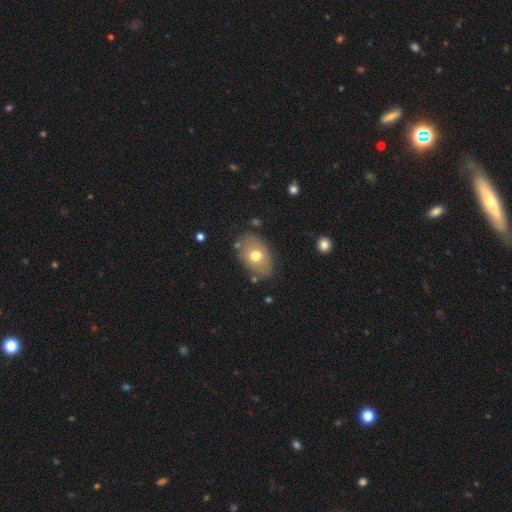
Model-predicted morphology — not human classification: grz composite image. It shows a smooth galaxy with no disk features (66%) that is in between round and cigar-shaped (85%). Merging: none (79%).